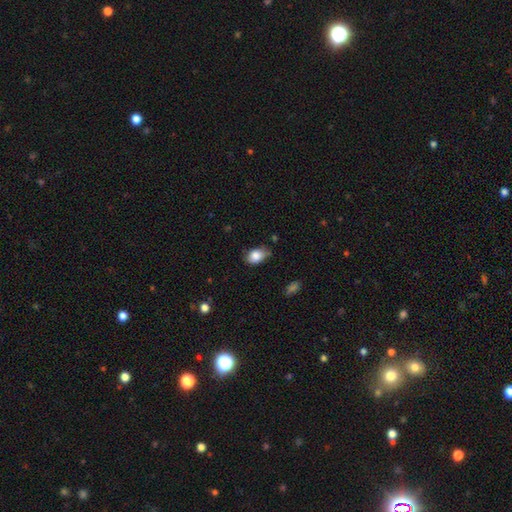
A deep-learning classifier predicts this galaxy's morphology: Q: Smooth or featured?
A: smooth (84%); runner-up: star or artifact (8%)
Q: How rounded?
A: in between (80%); runner-up: round (19%)
Q: Merging?
A: none (61%); runner-up: minor disturbance (31%)